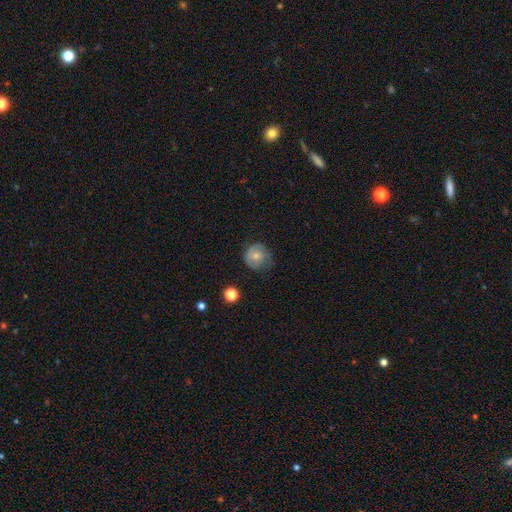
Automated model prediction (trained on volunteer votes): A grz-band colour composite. It shows a smooth galaxy with no disk features (56%) that is round (85%). Merging: none (59%).